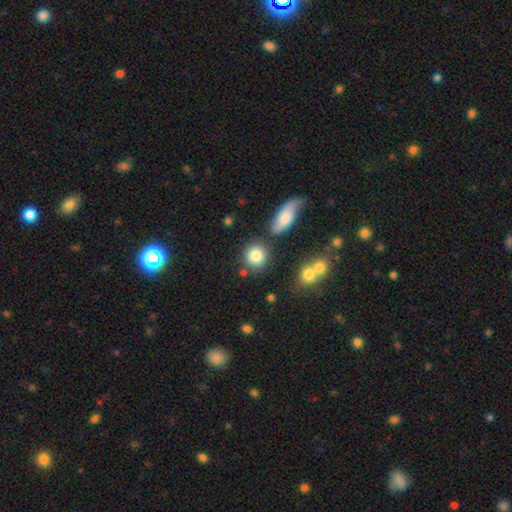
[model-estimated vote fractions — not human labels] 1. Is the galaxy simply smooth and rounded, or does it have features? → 83% smooth, 9% star or artifact, 8% featured or disk.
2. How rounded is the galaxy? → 82% round, 16% in between, 2% cigar-shaped.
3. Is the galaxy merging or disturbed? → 73% none, 12% merger, 11% minor disturbance, 4% major disturbance.